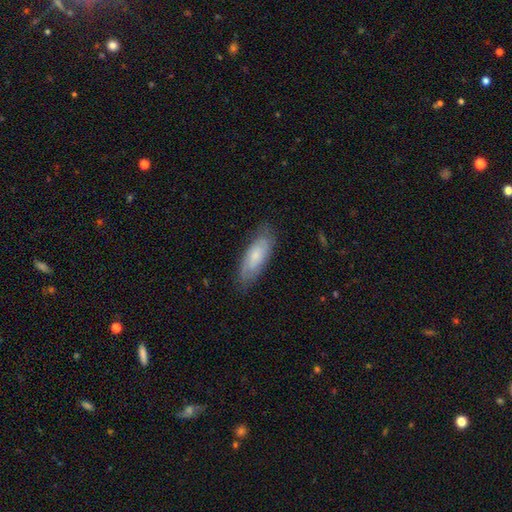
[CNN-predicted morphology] This is possibly a smooth galaxy (57%). How rounded: likely in between (66%). Merging: likely none (76%).